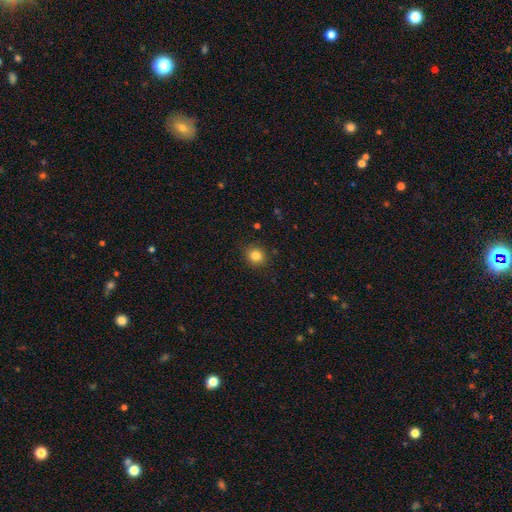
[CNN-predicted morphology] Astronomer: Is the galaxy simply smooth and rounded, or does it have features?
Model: smooth — 84%.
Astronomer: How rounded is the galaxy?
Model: round — 80%.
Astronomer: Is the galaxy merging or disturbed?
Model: none — 88%.